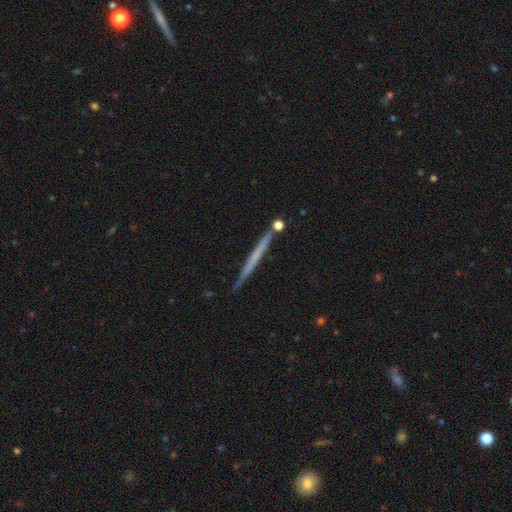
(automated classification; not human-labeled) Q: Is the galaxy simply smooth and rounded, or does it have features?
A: featured or disk — 51%.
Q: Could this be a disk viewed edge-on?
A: yes — 97%.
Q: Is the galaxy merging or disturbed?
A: none — 87%.